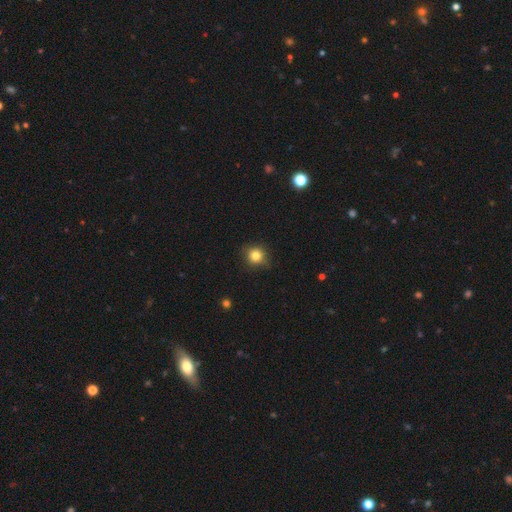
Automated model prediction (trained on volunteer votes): A smooth galaxy with no disk features (81%) that is round (90%). Merging: none (84%).